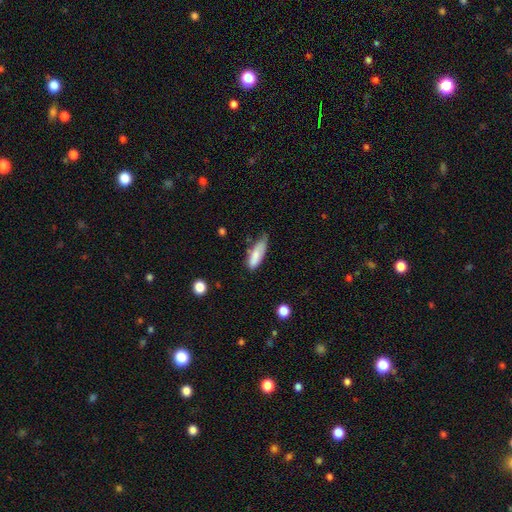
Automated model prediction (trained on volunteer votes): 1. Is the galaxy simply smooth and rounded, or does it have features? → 80% smooth, 13% featured or disk, 7% star or artifact.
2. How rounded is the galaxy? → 56% in between, 42% cigar-shaped, 2% round.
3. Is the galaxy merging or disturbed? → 46% none, 41% minor disturbance, 9% major disturbance, 4% merger.